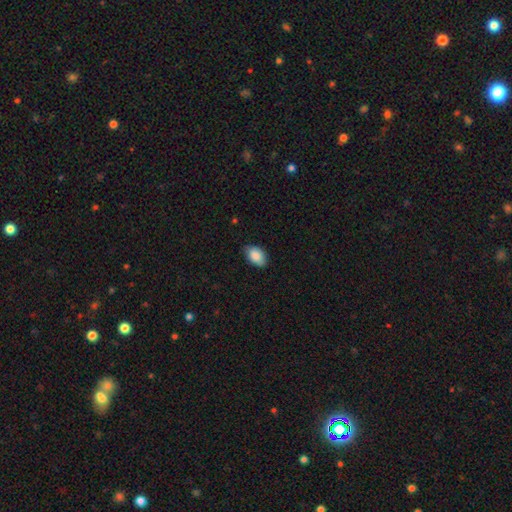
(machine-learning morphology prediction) Overall: smooth (88%). How rounded: in between (91%). Merging: none (80%).